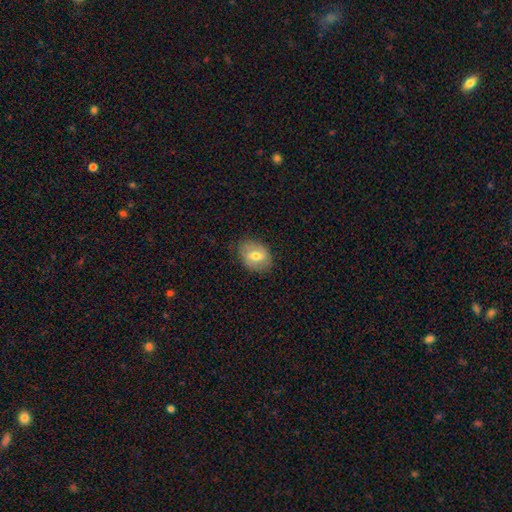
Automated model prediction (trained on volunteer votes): This appears to be a smooth galaxy with no disk features (65%) that is in between round and cigar-shaped (62%). Merging: none (76%).